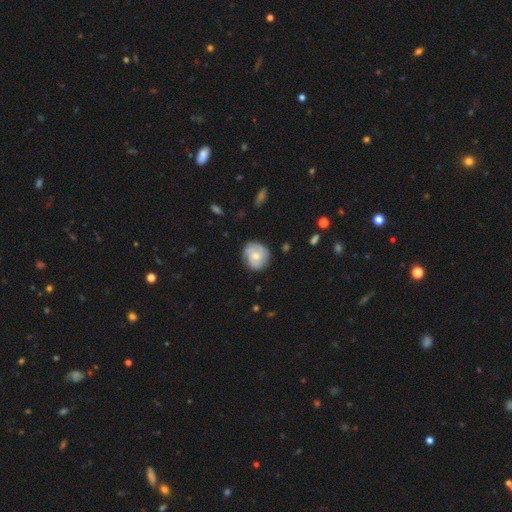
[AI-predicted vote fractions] smooth_or_featured: featured or disk (p=0.66) [alt: smooth p=0.28]
disk_edge_on: no (p=0.97) [alt: yes p=0.03]
bar: no (p=0.73) [alt: weak p=0.23]
has_spiral_arms: yes (p=0.90) [alt: no p=0.10]
spiral_winding: tight (p=0.54) [alt: medium p=0.34]
spiral_arm_count: 3 (p=0.39) [alt: can't tell p=0.23]
bulge_size: moderate (p=0.52) [alt: small p=0.44]
merging: none (p=0.75) [alt: minor disturbance p=0.18]